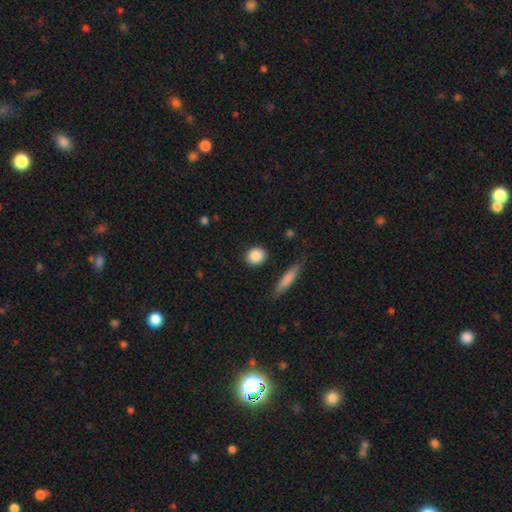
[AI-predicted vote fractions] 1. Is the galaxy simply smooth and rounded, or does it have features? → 87% smooth, 7% star or artifact, 6% featured or disk.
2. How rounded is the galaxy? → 76% round, 20% in between, 3% cigar-shaped.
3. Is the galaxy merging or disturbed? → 88% none, 8% minor disturbance, 2% major disturbance, 2% merger.